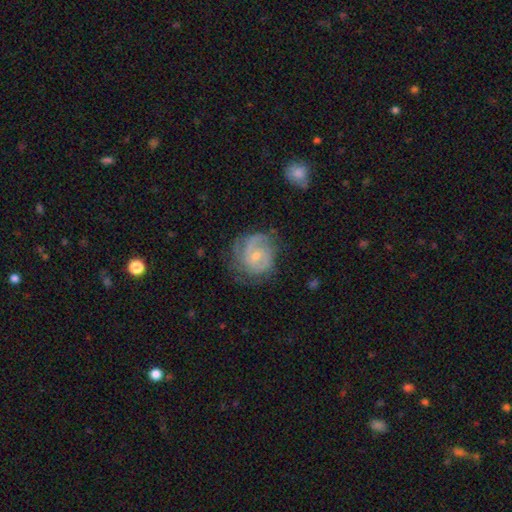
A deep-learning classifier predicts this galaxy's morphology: This is likely a featured or disk galaxy (76%). It is clearly not viewed edge-on (98%). Bar: possibly no (54%). Spiral arm pattern: clearly yes (90%). Spiral arm count: marginally can't tell (32%, tied with 2). Spiral winding: possibly tight (51%). Central bulge: possibly small (58%). Merging: likely none (61%).